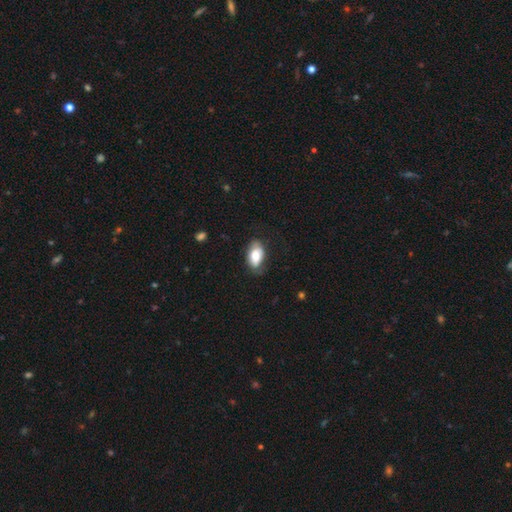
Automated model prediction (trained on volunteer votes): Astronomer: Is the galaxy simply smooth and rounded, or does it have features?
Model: smooth — 76%.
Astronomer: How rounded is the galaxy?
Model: in between — 92%.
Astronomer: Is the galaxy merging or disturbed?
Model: none — 67%.